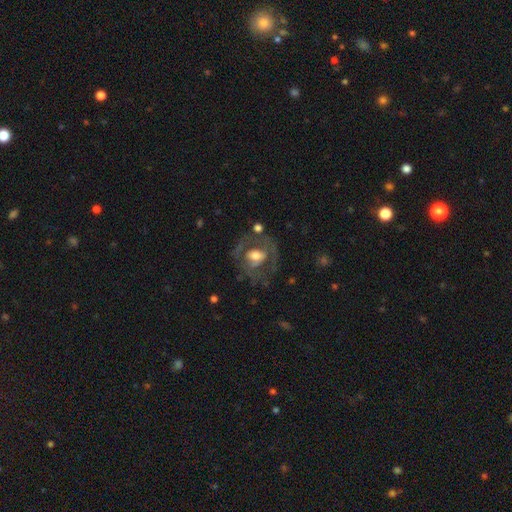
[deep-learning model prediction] smooth_or_featured: featured or disk (p=0.61) [alt: smooth p=0.31]
disk_edge_on: no (p=0.94) [alt: yes p=0.06]
bar: no (p=0.53) [alt: weak p=0.31]
has_spiral_arms: no (p=0.65) [alt: yes p=0.35]
bulge_size: moderate (p=0.64) [alt: large p=0.21]
merging: none (p=0.56) [alt: major disturbance p=0.21]